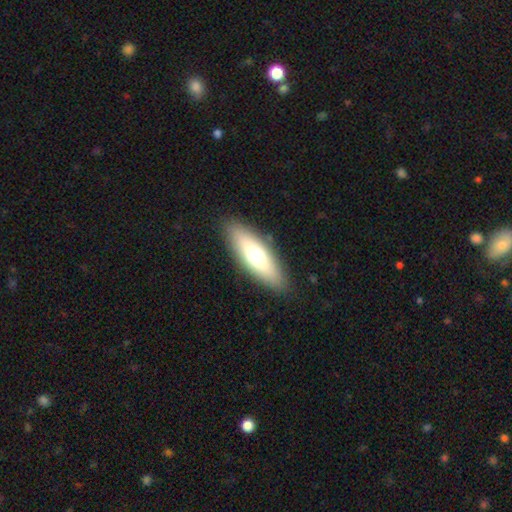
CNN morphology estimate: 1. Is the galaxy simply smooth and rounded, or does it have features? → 64% smooth, 29% featured or disk, 7% star or artifact.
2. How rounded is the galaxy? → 55% in between, 42% cigar-shaped, 3% round.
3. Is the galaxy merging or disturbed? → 88% none, 8% minor disturbance, 3% major disturbance, 1% merger.